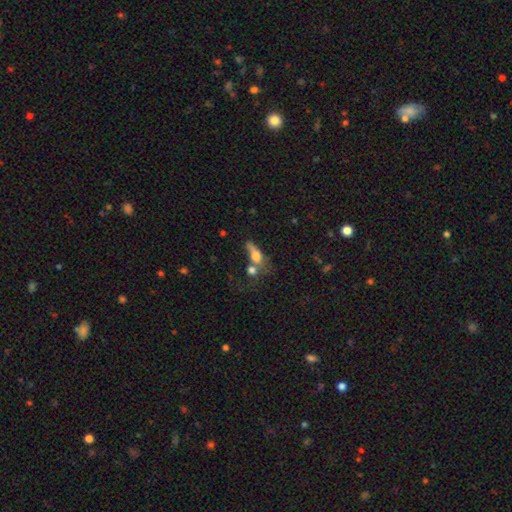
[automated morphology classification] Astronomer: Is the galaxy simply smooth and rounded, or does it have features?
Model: smooth — 63%.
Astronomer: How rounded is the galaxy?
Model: in between — 58%.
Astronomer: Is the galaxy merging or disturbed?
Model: merger — 39% (runner-up: none, 25%).